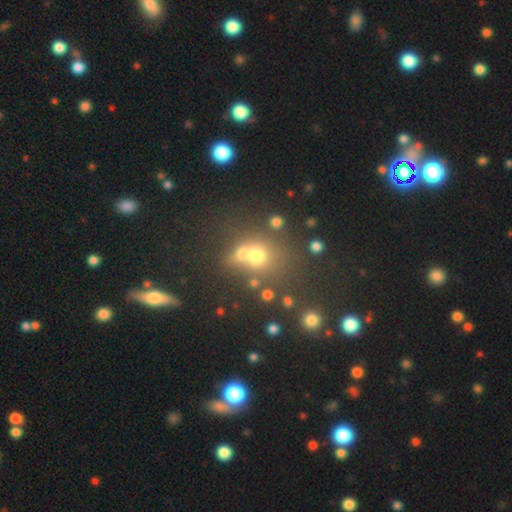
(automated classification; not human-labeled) A smooth galaxy with no disk features (64%) that is round (75%). Merging: merger (43%).